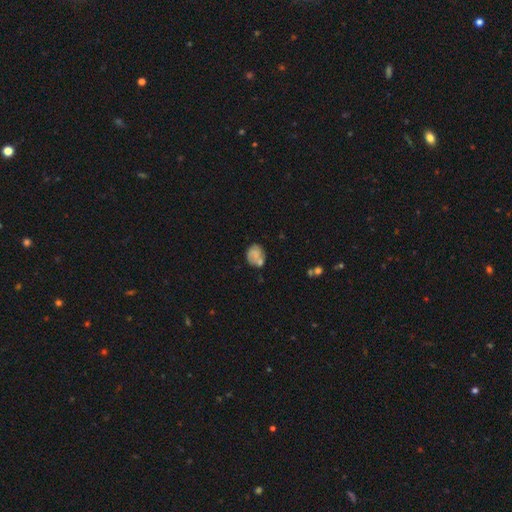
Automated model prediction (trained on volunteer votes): Morphology: type=smooth (63%); roundness=round (61%); merging=none (53%).